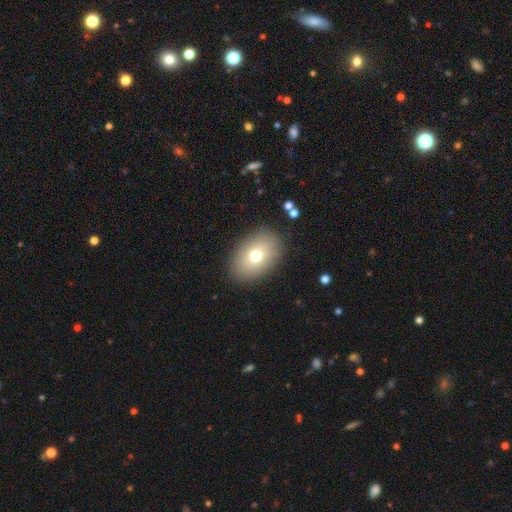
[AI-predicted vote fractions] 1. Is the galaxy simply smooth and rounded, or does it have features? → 73% smooth, 17% featured or disk, 10% star or artifact.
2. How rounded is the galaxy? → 83% in between, 16% round, 1% cigar-shaped.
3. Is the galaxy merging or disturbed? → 88% none, 8% minor disturbance, 3% major disturbance, 1% merger.